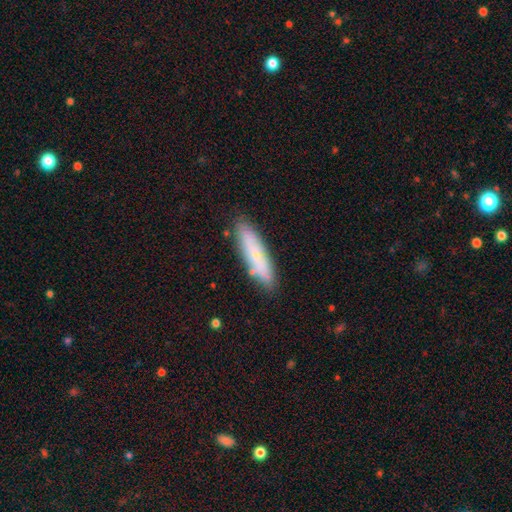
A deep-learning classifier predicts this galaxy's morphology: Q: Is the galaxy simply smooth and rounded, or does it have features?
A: smooth — 72%.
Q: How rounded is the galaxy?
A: cigar-shaped — 82%.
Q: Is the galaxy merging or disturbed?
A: none — 85%.